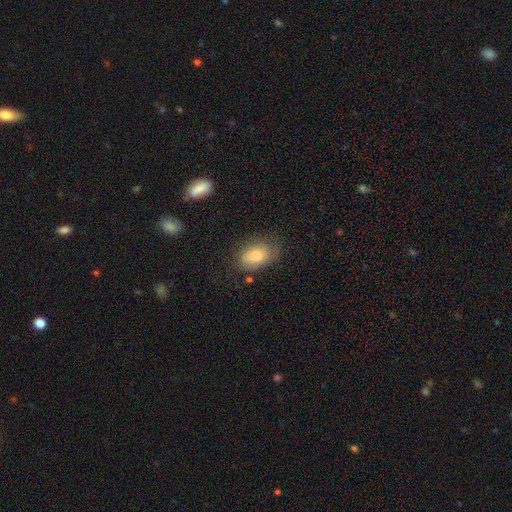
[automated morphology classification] smooth_or_featured: smooth (p=0.81) [alt: featured or disk p=0.11]
how_rounded: in between (p=0.88) [alt: round p=0.10]
merging: none (p=0.62) [alt: minor disturbance p=0.25]